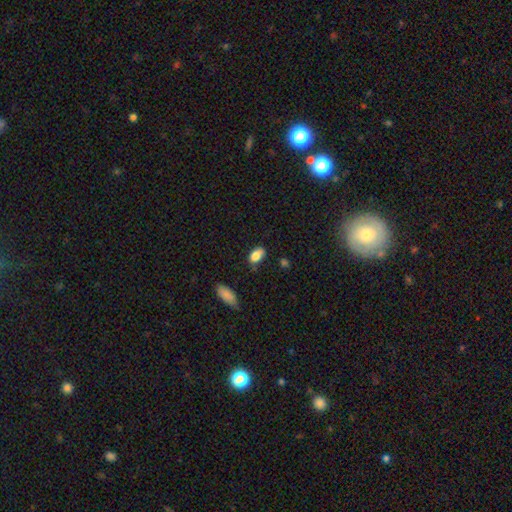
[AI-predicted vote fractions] Smooth or featured?
  - smooth: 83% *
  - featured or disk: 8%
  - star or artifact: 8%
How rounded?
  - in between: 89% *
  - round: 8%
  - cigar-shaped: 2%
Merging?
  - none: 68% *
  - minor disturbance: 24%
  - major disturbance: 5%
  - merger: 3%